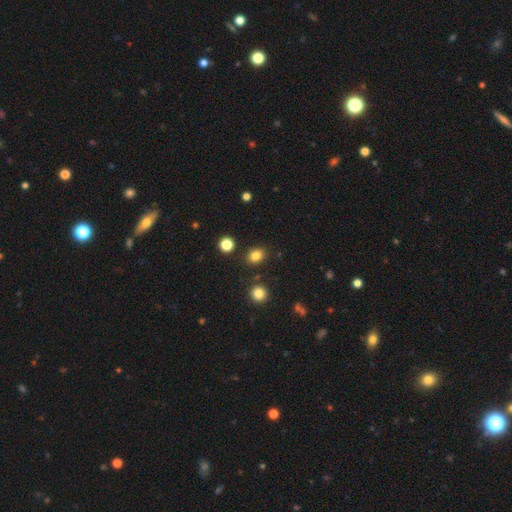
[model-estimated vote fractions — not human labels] Smooth or featured?
  - smooth: 82% *
  - star or artifact: 12%
  - featured or disk: 6%
How rounded?
  - round: 52% *
  - in between: 47%
  - cigar-shaped: 1%
Merging?
  - none: 85% *
  - minor disturbance: 8%
  - merger: 4%
  - major disturbance: 3%